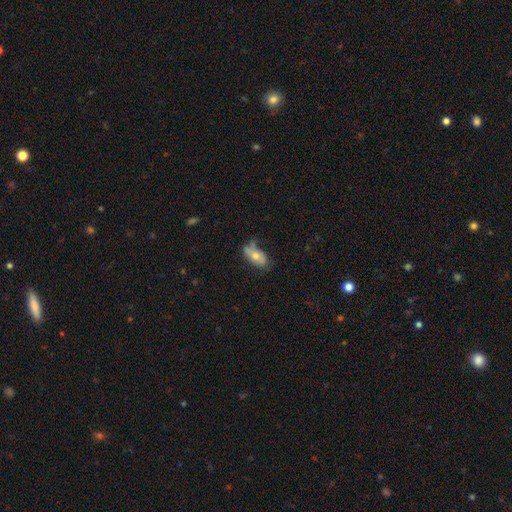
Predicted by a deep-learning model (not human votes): smooth 62%, featured or disk 30%, star or artifact 8%. Down the decision tree: how rounded — in between (86%); merging — none (43%).